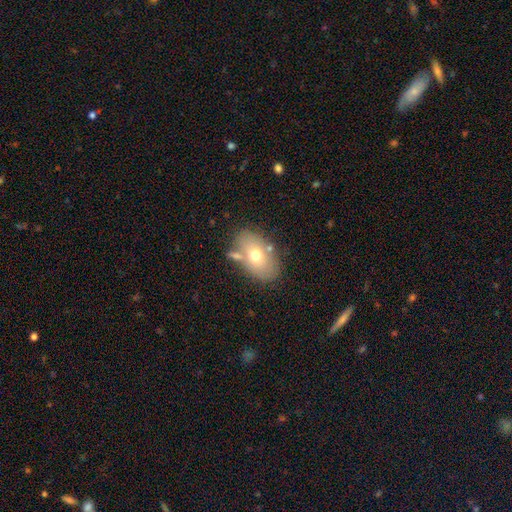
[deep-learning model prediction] Smooth or featured? smooth (64%)
How rounded? in between (86%)
Merging? none (68%)